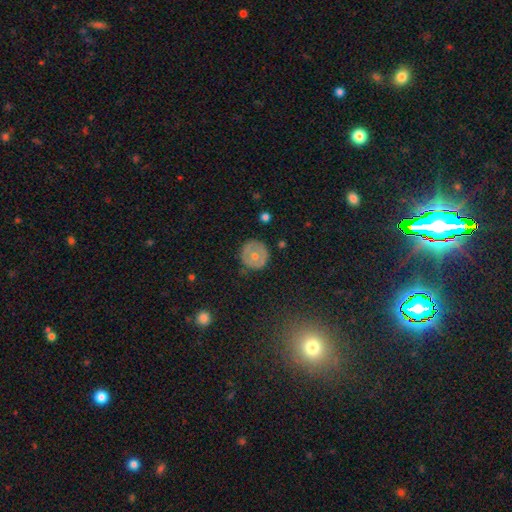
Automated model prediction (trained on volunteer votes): Q: Smooth or featured?
A: smooth (54%); runner-up: featured or disk (38%)
Q: How rounded?
A: round (93%); runner-up: in between (6%)
Q: Merging?
A: none (83%); runner-up: minor disturbance (13%)